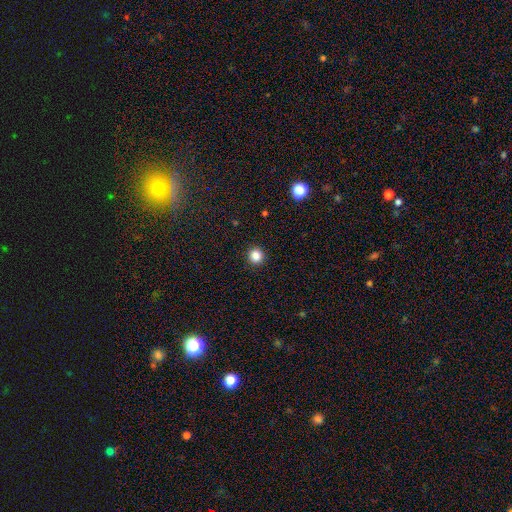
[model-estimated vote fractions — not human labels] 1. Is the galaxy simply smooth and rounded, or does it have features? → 85% smooth, 12% star or artifact, 4% featured or disk.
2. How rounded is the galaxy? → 92% round, 7% in between, 1% cigar-shaped.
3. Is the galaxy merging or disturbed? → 92% none, 5% minor disturbance, 2% major disturbance, 1% merger.